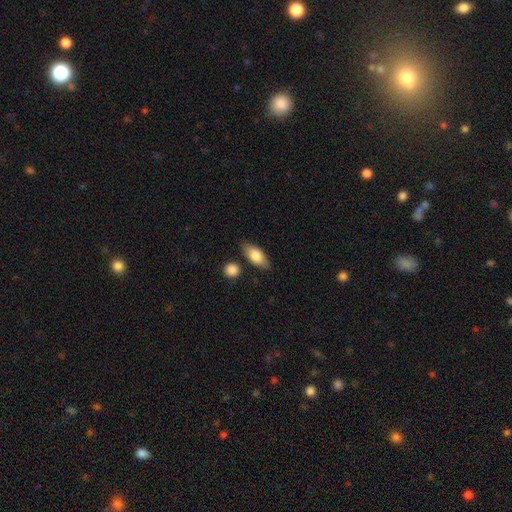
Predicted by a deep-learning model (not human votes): This is likely a smooth galaxy (78%). How rounded: clearly in between (83%). Merging: likely none (80%).